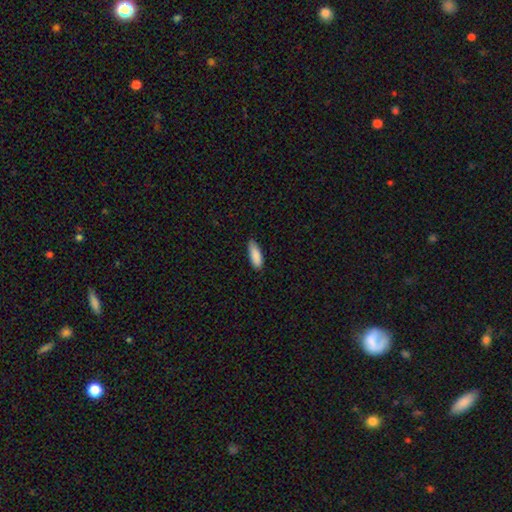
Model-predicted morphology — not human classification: type=smooth (89%); roundness=in between (68%); merging=none (76%).